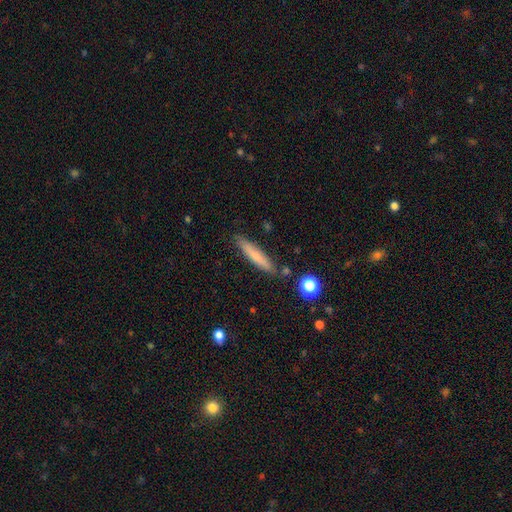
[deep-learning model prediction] Overall: smooth (68%). How rounded: cigar-shaped (92%). Merging: none (85%).